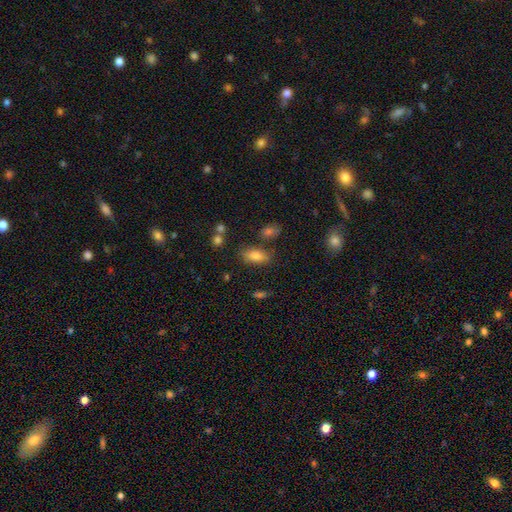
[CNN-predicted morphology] Q: Smooth or featured?
A: smooth (77%); runner-up: featured or disk (12%)
Q: How rounded?
A: in between (87%); runner-up: cigar-shaped (8%)
Q: Merging?
A: none (74%); runner-up: minor disturbance (14%)